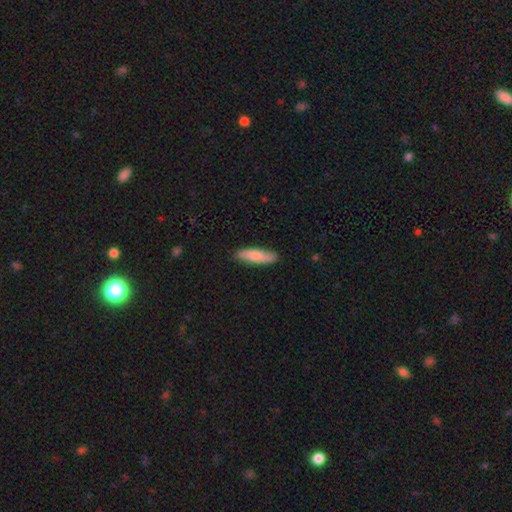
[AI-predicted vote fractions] This is clearly a smooth galaxy (81%). How rounded: likely cigar-shaped (62%). Merging: clearly none (86%).